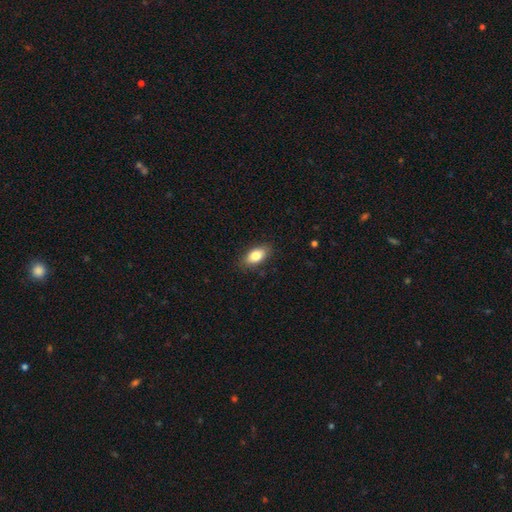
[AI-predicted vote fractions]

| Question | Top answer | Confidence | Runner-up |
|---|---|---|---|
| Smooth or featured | smooth | 82% | featured or disk (11%) |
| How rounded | in between | 89% | cigar-shaped (6%) |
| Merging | none | 85% | minor disturbance (11%) |